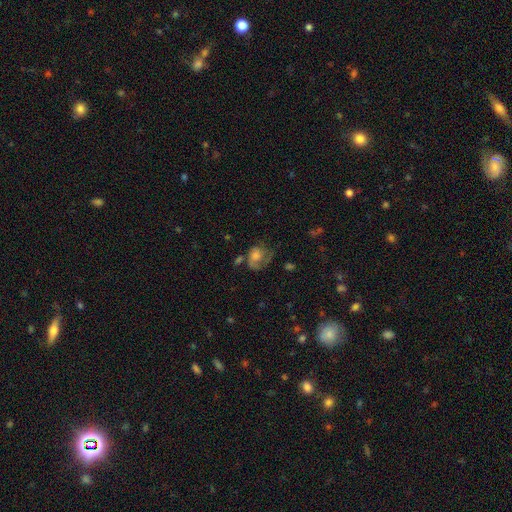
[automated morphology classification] smooth-or-featured: featured or disk: 52% | smooth: 37% | star or artifact: 11%
  disk-edge-on: no: 97% | yes: 3%
    bar: no: 78% | weak: 19% | strong: 3%
    has-spiral-arms: yes: 75% | no: 25%
    bulge-size: moderate: 39% | large: 30% | small: 15% | none: 11% | dominant: 4%
  merging: none: 43% | major disturbance: 28% | minor disturbance: 23% | merger: 6%